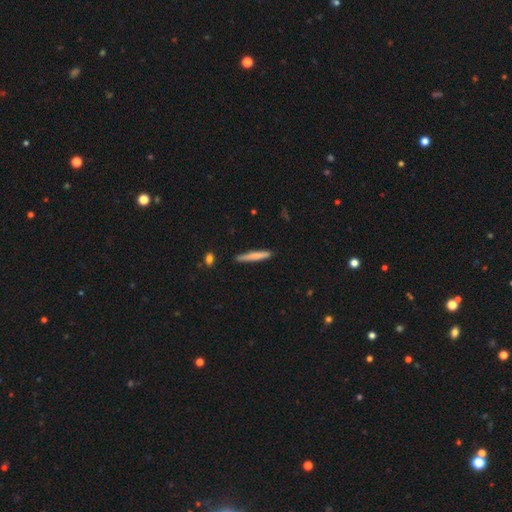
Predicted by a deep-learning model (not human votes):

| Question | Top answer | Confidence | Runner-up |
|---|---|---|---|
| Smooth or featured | smooth | 73% | featured or disk (22%) |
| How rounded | cigar-shaped | 95% | in between (4%) |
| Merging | none | 88% | minor disturbance (9%) |